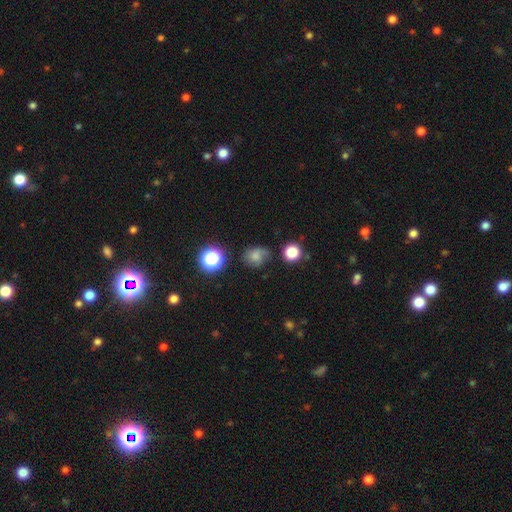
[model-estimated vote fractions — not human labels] The model was most divided on "merging": none: 52%, minor disturbance: 28%, major disturbance: 15%, merger: 5%. More confident: how rounded — round (67%); smooth or featured — smooth (61%).